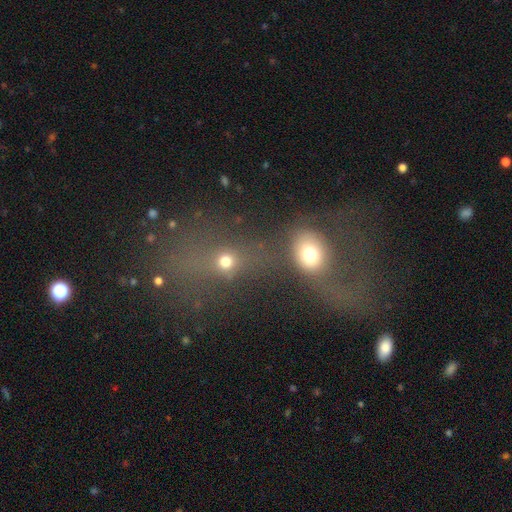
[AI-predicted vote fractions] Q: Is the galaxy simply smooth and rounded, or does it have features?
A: smooth — 49%.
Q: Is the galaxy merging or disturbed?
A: merger — 74%.